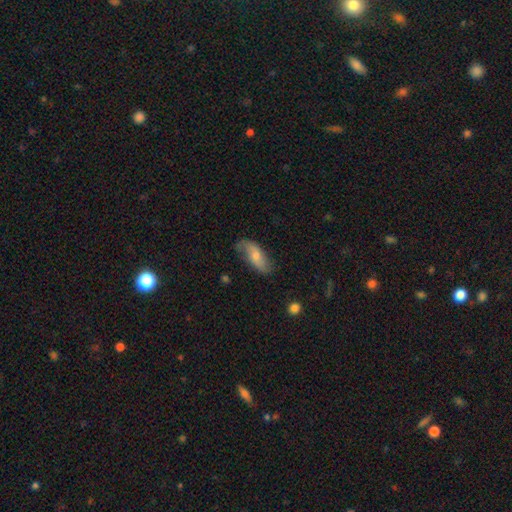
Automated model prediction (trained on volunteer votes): smooth 46% (tied), featured or disk 46% (tied), star or artifact 7%. Down the decision tree: merging — none (66%).